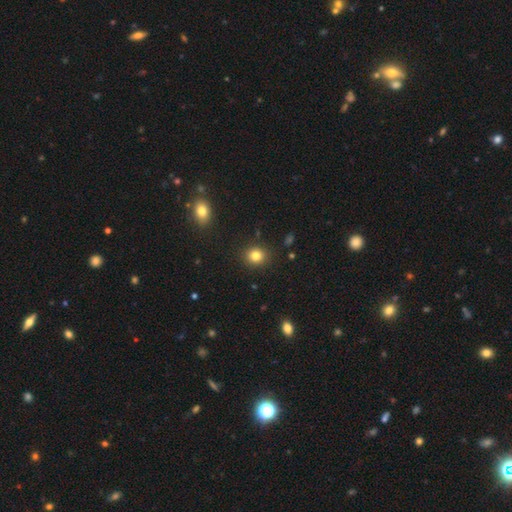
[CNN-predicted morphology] smooth_or_featured: smooth (p=0.82) [alt: star or artifact p=0.12]
how_rounded: round (p=0.75) [alt: in between p=0.24]
merging: none (p=0.89) [alt: minor disturbance p=0.07]